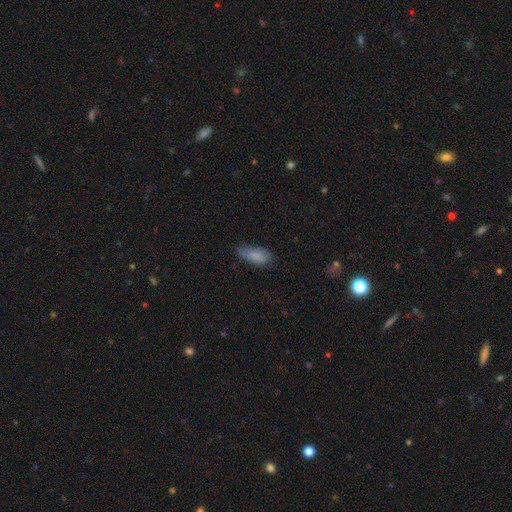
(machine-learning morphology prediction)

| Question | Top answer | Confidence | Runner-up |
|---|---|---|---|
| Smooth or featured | smooth | 84% | featured or disk (8%) |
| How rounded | in between | 81% | cigar-shaped (17%) |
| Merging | none | 60% | minor disturbance (31%) |